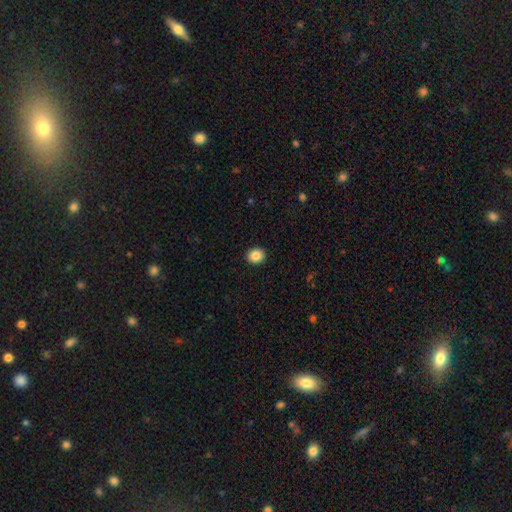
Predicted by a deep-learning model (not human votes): Smooth or featured? smooth (86%)
How rounded? round (72%)
Merging? none (92%)